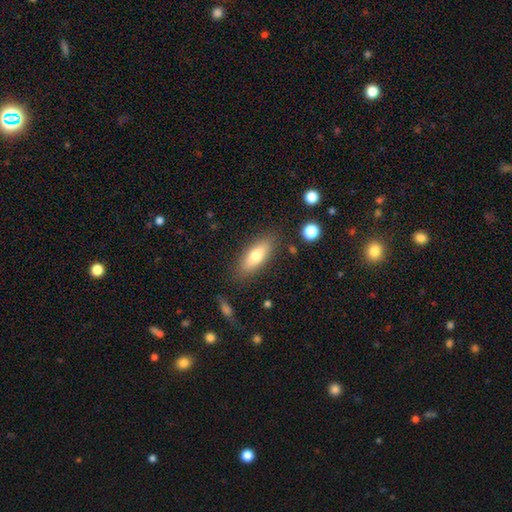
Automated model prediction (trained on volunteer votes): Q: Smooth or featured?
A: smooth (71%); runner-up: featured or disk (22%)
Q: How rounded?
A: in between (64%); runner-up: cigar-shaped (34%)
Q: Merging?
A: none (82%); runner-up: minor disturbance (13%)